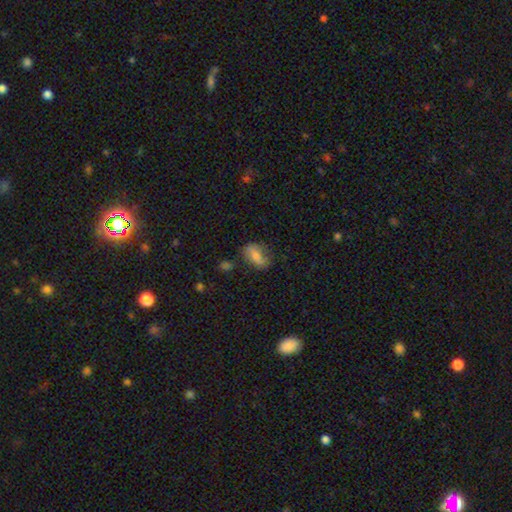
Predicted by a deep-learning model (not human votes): Morphology: type=smooth (71%); roundness=in between (85%); merging=none (67%).